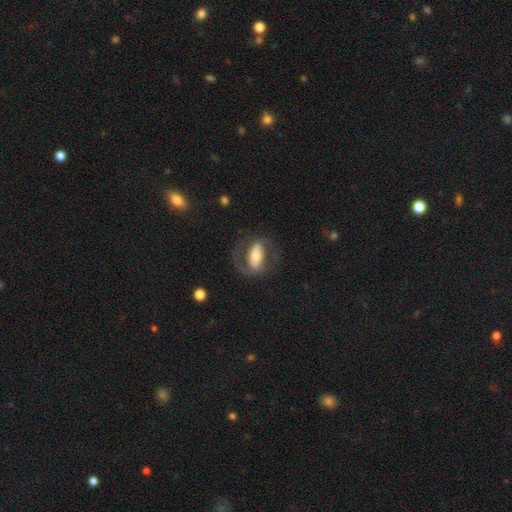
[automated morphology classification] Overall: featured or disk (71%). Edge-on disk: no (93%). Bar: strong (58%; weak 24%). Spiral arms: yes (80%). Spiral arm count: 2 (84%). Spiral winding: medium (49%; loose 26%). Bulge size: moderate (46%; small 27%). Merging: none (67%).